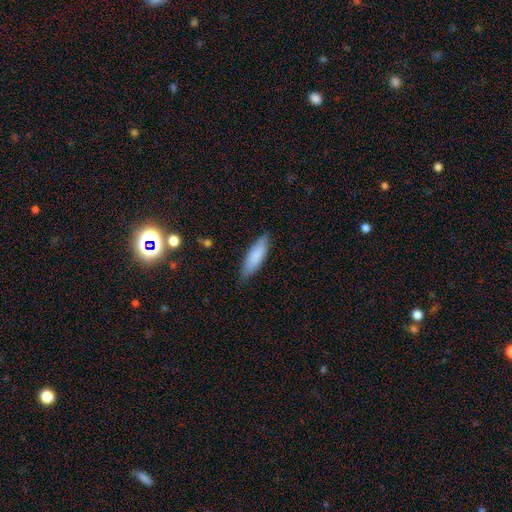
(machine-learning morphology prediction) This is clearly a smooth galaxy (83%). How rounded: possibly in between (50%). Merging: clearly none (81%).